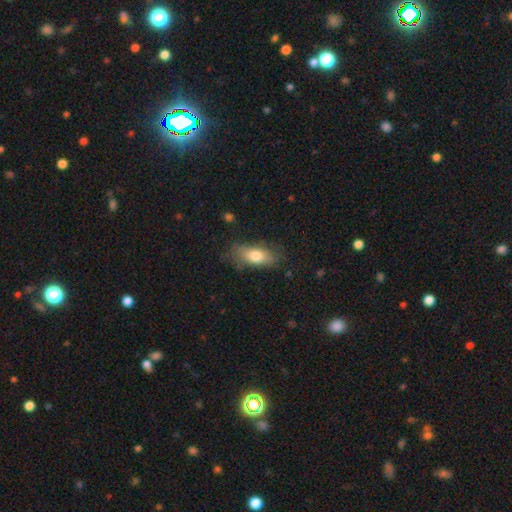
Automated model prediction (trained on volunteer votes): Morphology: type=smooth (75%); roundness=in between (83%); merging=none (70%).